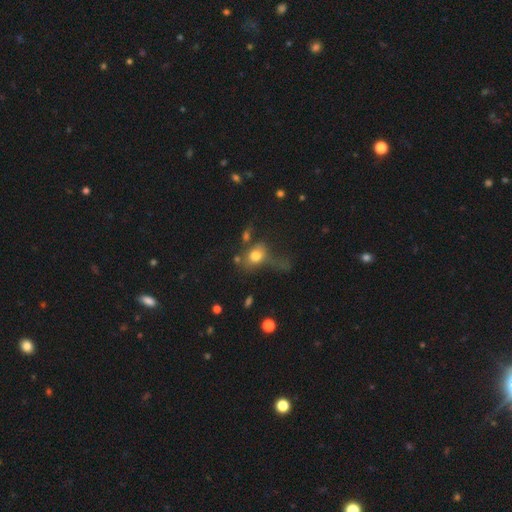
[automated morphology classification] type=smooth (71%); roundness=in between (59%); merging=major disturbance (37%).